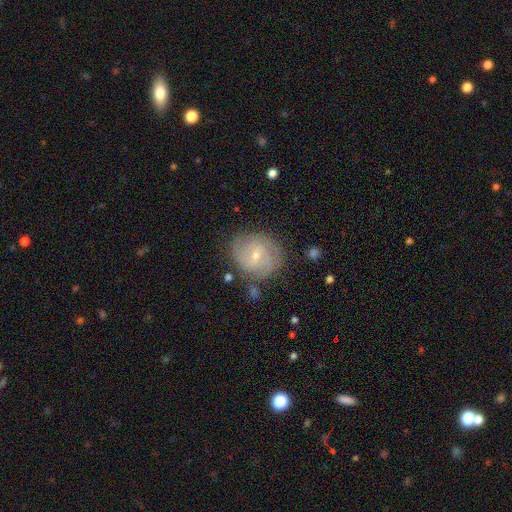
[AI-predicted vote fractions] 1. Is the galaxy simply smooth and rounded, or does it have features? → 72% featured or disk, 22% smooth, 7% star or artifact.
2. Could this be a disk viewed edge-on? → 97% no, 3% yes.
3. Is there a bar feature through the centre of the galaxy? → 58% weak, 27% no, 16% strong.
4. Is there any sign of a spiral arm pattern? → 88% yes, 12% no.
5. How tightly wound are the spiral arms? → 48% tight, 39% medium, 13% loose.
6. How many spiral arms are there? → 48% 2, 29% can't tell, 13% 3, 4% 4, 4% 1, 3% more than 4.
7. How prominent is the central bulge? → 68% small, 28% moderate, 2% none, 1% large, 1% dominant.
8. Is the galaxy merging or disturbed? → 72% none, 18% minor disturbance, 6% major disturbance, 4% merger.